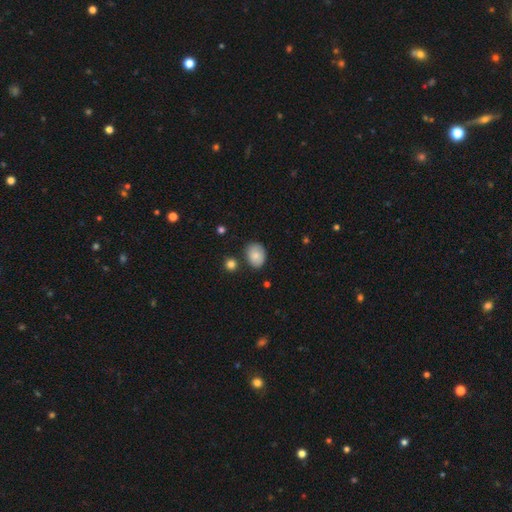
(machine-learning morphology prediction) Smooth or featured: smooth — 81% (featured or disk — 11%)
How rounded: in between — 68% (round — 31%)
Merging: none — 75% (minor disturbance — 18%)